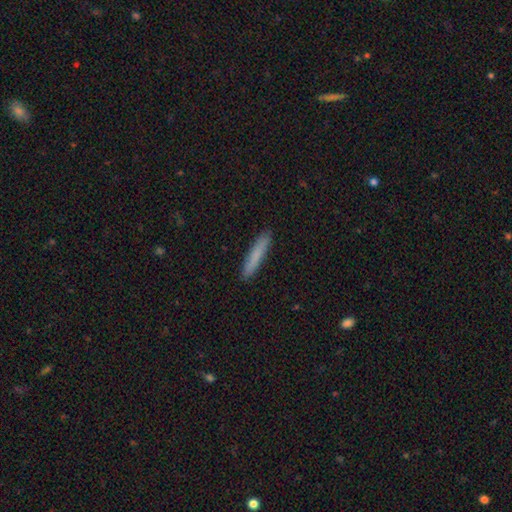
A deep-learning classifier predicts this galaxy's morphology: Q: Smooth or featured?
A: smooth (81%); runner-up: featured or disk (13%)
Q: How rounded?
A: cigar-shaped (94%); runner-up: in between (5%)
Q: Merging?
A: none (91%); runner-up: minor disturbance (6%)